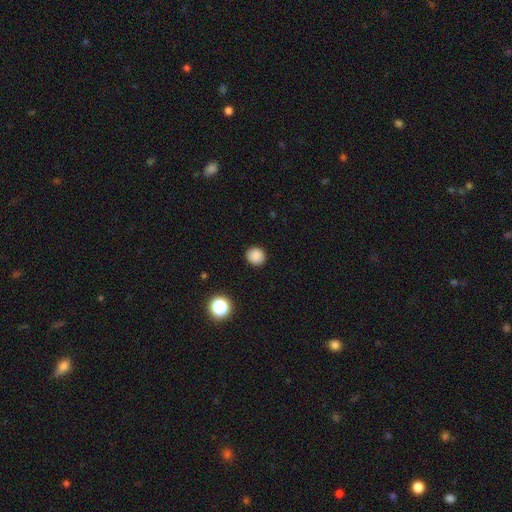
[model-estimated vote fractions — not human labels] Smooth or featured? Predicted: smooth (p=0.86). How rounded? Predicted: round (p=0.87). Merging? Predicted: none (p=0.91).